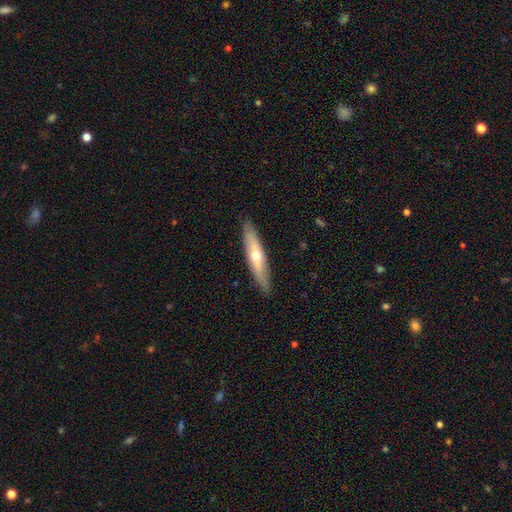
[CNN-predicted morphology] featured or disk 52%, smooth 42%, star or artifact 6%. Down the decision tree: edge-on disk — yes (75%); merging — none (87%).